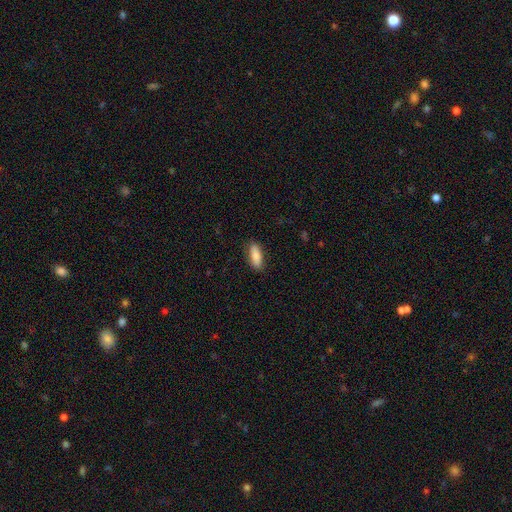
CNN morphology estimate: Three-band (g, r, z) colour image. It shows a smooth galaxy with no disk features (83%) that is in between round and cigar-shaped (71%). Merging: none (85%).